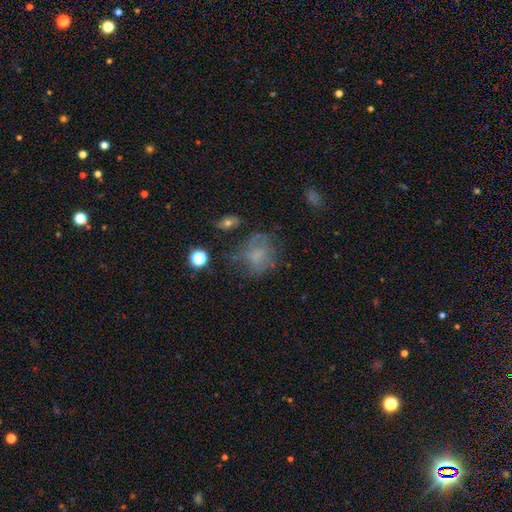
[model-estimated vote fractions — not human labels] smooth-or-featured: smooth: 53% | featured or disk: 30% | star or artifact: 18%
  how-rounded: round: 54% | in between: 44% | cigar-shaped: 1%
  merging: none: 48% | minor disturbance: 23% | major disturbance: 23% | merger: 5%